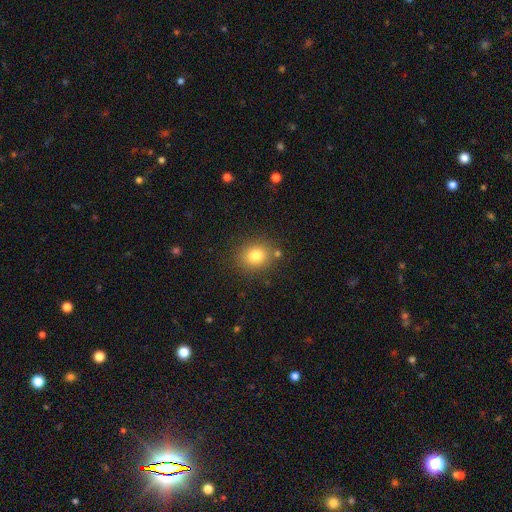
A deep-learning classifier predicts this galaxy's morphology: This is likely a smooth galaxy (80%). How rounded: likely round (64%). Merging: clearly none (81%).